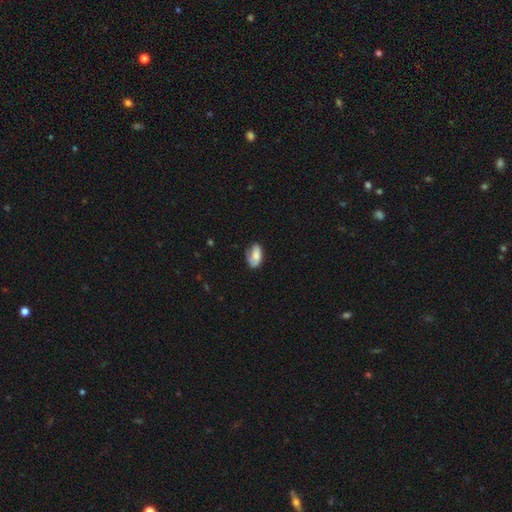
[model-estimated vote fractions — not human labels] Smooth or featured? Predicted: smooth (p=0.71). How rounded? Predicted: in between (p=0.92). Merging? Predicted: none (p=0.50).